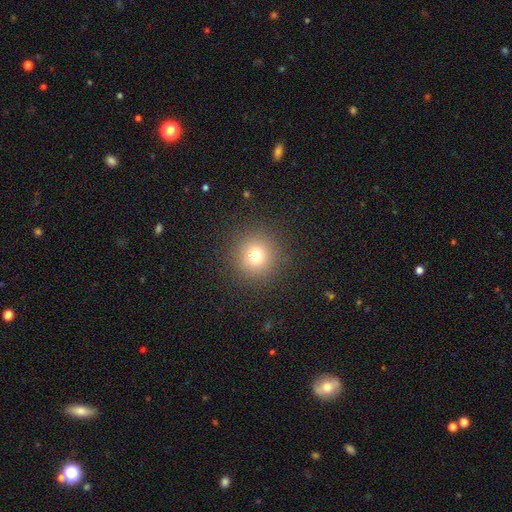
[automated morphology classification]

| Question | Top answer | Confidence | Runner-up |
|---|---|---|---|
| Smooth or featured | smooth | 74% | star or artifact (17%) |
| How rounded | round | 94% | in between (5%) |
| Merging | none | 89% | minor disturbance (6%) |